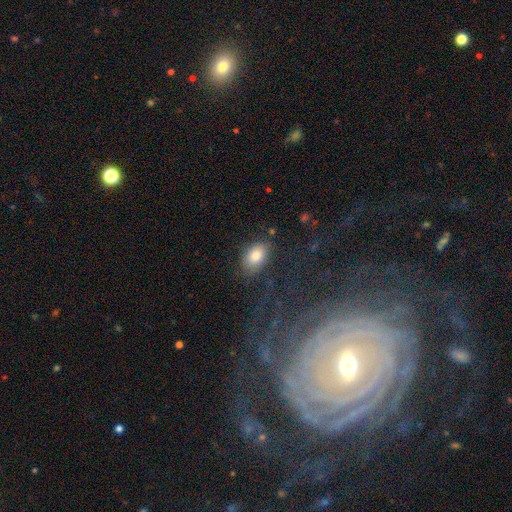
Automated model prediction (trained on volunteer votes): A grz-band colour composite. It shows a smooth galaxy with no disk features (82%) that is in between round and cigar-shaped (87%). Merging: none (78%).